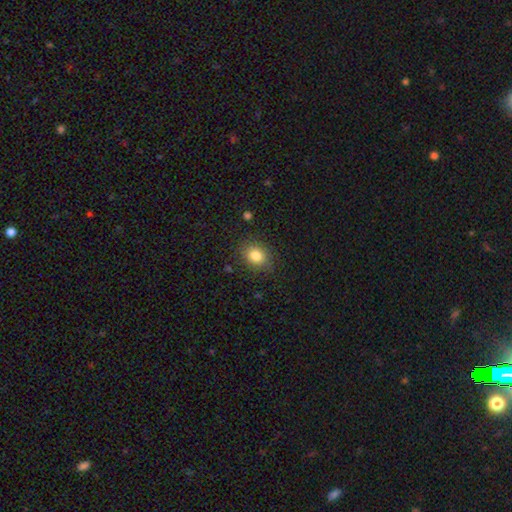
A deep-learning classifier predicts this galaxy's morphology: Overall: smooth (82%). How rounded: round (56%; in between 43%). Merging: none (85%).